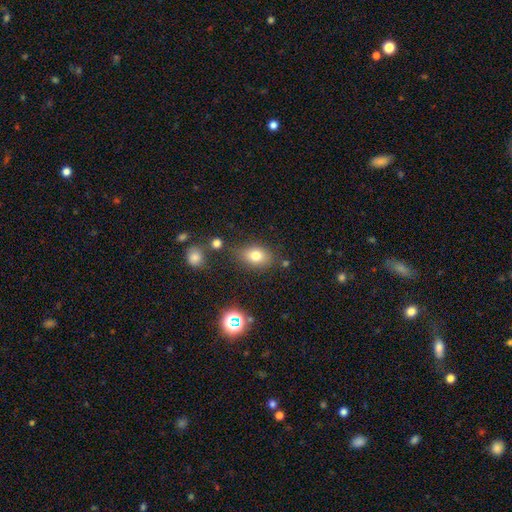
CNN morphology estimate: Smooth or featured? Predicted: smooth (p=0.76). How rounded? Predicted: in between (p=0.73). Merging? Predicted: none (p=0.76).